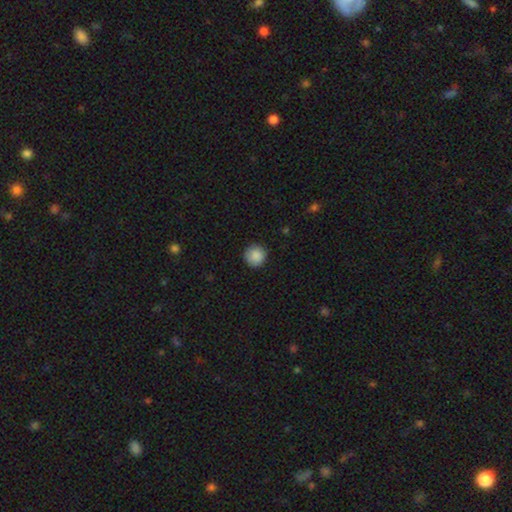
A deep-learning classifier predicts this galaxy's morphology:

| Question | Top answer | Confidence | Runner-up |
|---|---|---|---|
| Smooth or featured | smooth | 88% | star or artifact (8%) |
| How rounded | round | 95% | in between (4%) |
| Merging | none | 89% | minor disturbance (8%) |